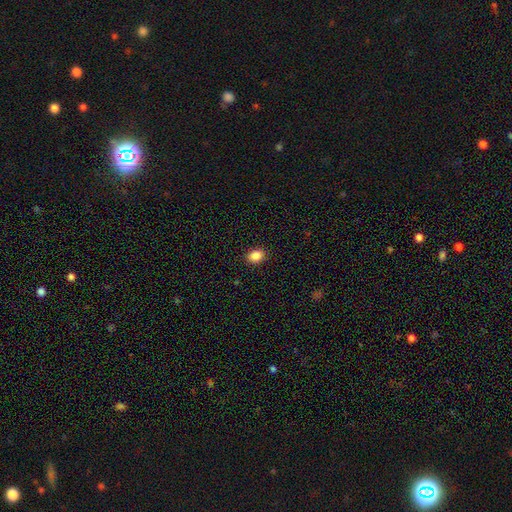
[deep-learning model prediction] This is clearly a smooth galaxy (87%). How rounded: likely in between (61%). Merging: clearly none (90%).